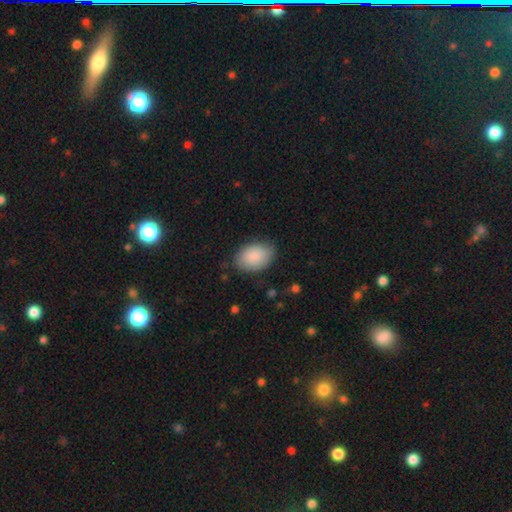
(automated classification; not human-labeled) smooth-or-featured: smooth: 89% | star or artifact: 6% | featured or disk: 6%
  how-rounded: in between: 85% | round: 14% | cigar-shaped: 1%
  merging: none: 78% | minor disturbance: 17% | major disturbance: 4% | merger: 1%